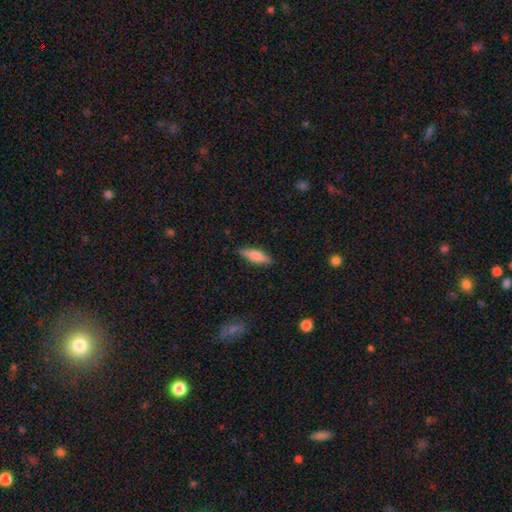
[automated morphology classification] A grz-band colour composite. It shows a smooth galaxy with no disk features (66%) that is cigar-shaped (56%). Merging: none (86%).